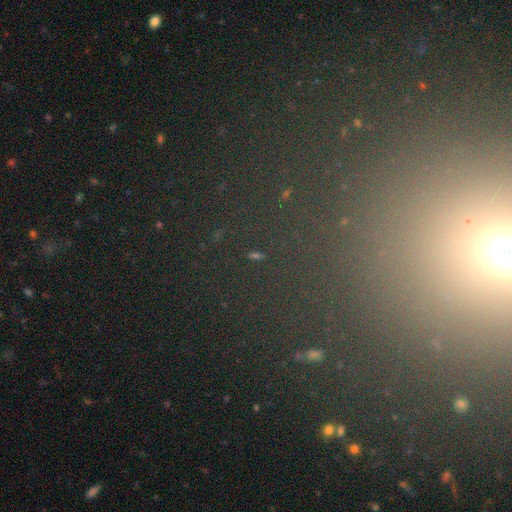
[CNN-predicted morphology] type=star or artifact (71%).